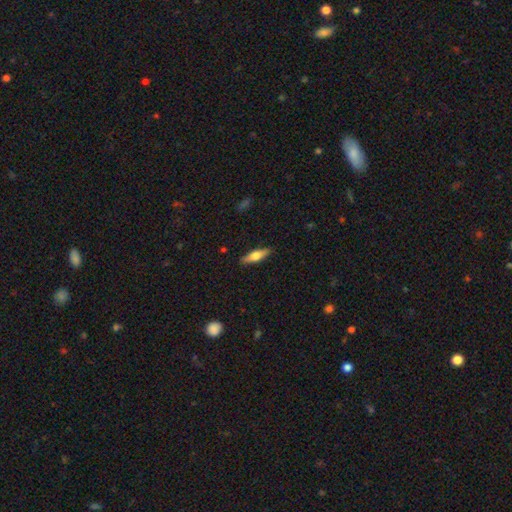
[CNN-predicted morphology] A smooth galaxy with no disk features (58%) that is cigar-shaped (59%).

Vote fractions:
- Smooth or featured? smooth: 58% / featured or disk: 37% / star or artifact: 6%
- How rounded? cigar-shaped: 59% / in between: 39% / round: 2%
- Merging? none: 88% / minor disturbance: 9% / major disturbance: 2% / merger: 1%